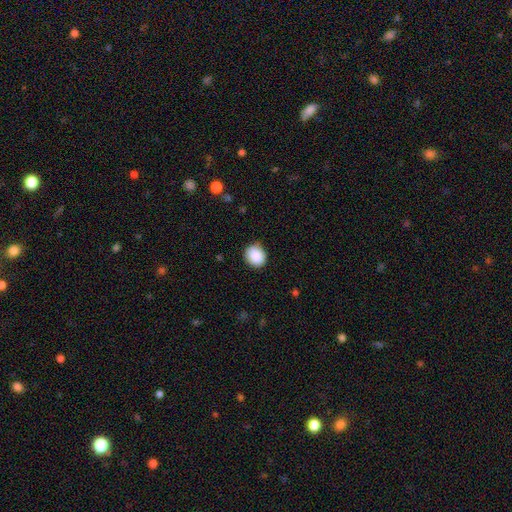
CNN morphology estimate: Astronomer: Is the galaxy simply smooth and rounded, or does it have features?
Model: smooth — 89%.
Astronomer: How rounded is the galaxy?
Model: round — 70%.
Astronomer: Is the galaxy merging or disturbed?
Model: none — 85%.